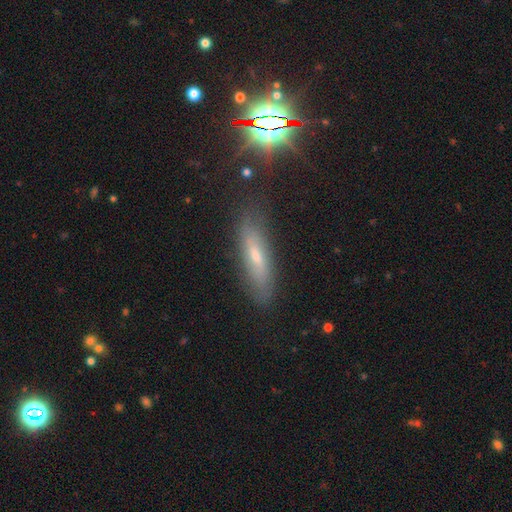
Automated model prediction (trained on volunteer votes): This is marginally a featured or disk galaxy (43%). Merging: clearly none (81%).